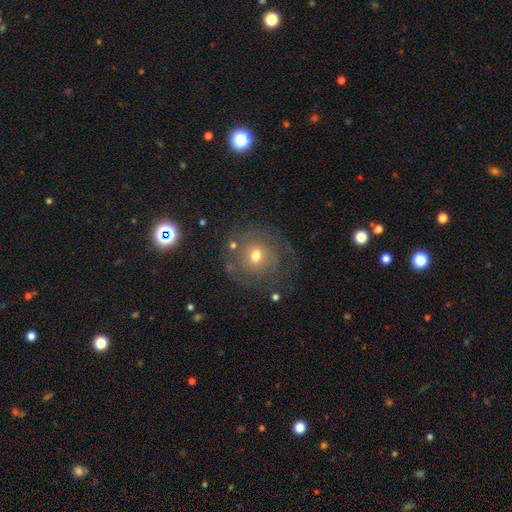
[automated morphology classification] smooth 47%, featured or disk 40%, star or artifact 13%. Down the decision tree: merging — none (73%).